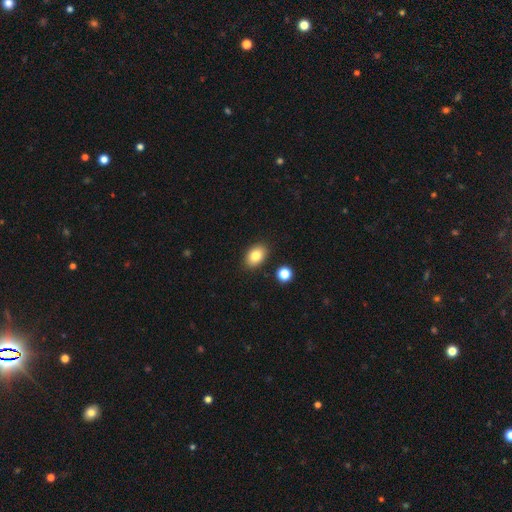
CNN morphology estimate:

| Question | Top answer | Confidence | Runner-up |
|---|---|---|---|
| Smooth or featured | smooth | 84% | star or artifact (8%) |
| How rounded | in between | 84% | round (15%) |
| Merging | none | 87% | minor disturbance (8%) |